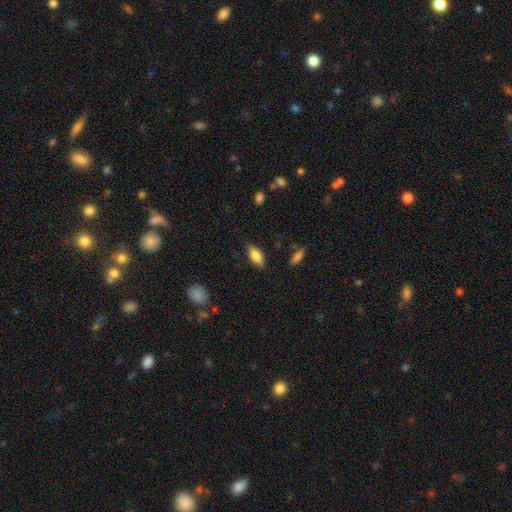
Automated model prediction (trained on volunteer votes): Q: Smooth or featured?
A: smooth (78%); runner-up: featured or disk (15%)
Q: How rounded?
A: in between (83%); runner-up: cigar-shaped (15%)
Q: Merging?
A: none (83%); runner-up: minor disturbance (13%)